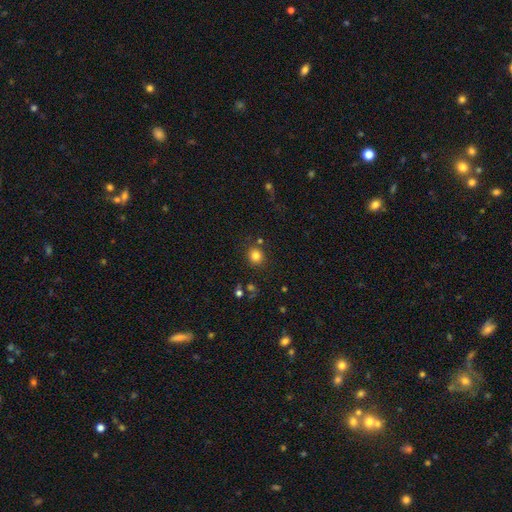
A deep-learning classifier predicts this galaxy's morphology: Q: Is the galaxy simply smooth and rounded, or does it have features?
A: smooth — 81%.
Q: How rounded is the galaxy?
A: round — 87%.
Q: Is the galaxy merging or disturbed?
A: none — 83%.